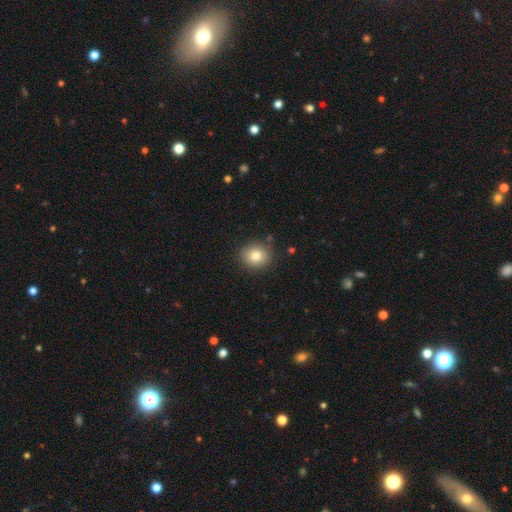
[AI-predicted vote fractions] Smooth or featured: smooth — 80% (star or artifact — 11%)
How rounded: round — 79% (in between — 21%)
Merging: none — 86% (minor disturbance — 9%)